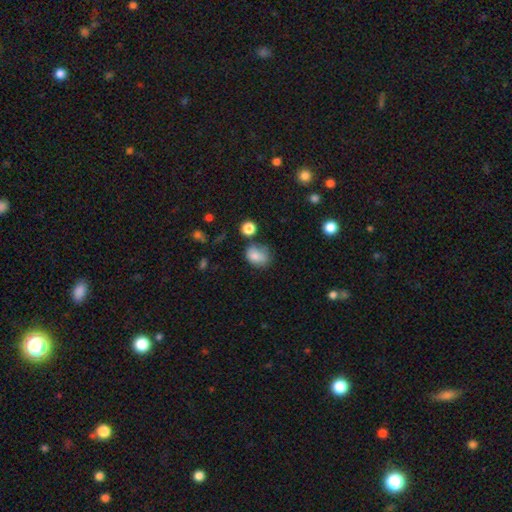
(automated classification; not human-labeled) Overall: smooth (81%). How rounded: in between (59%; round 40%). Merging: none (52%; minor disturbance 30%).